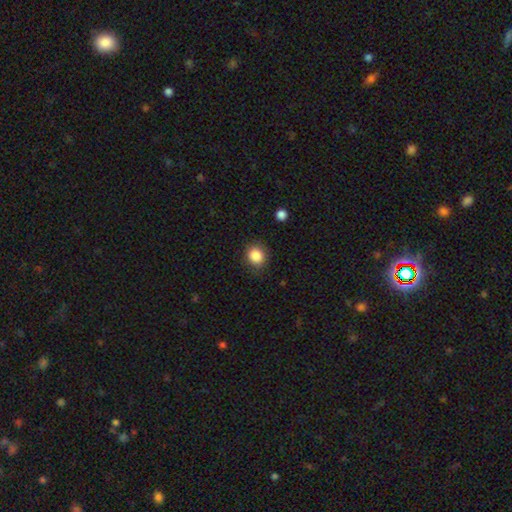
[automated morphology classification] The model was most divided on "how rounded": round: 77%, in between: 22%, cigar-shaped: 1%. More confident: smooth or featured — smooth (86%); merging — none (84%).